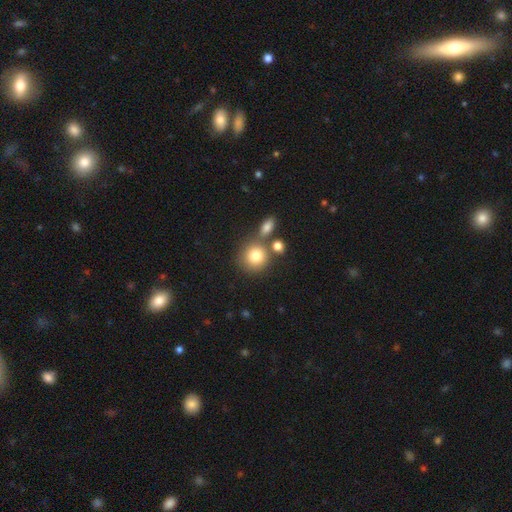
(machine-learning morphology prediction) A smooth galaxy with no disk features (80%) that is round (87%). Merging: none (61%).